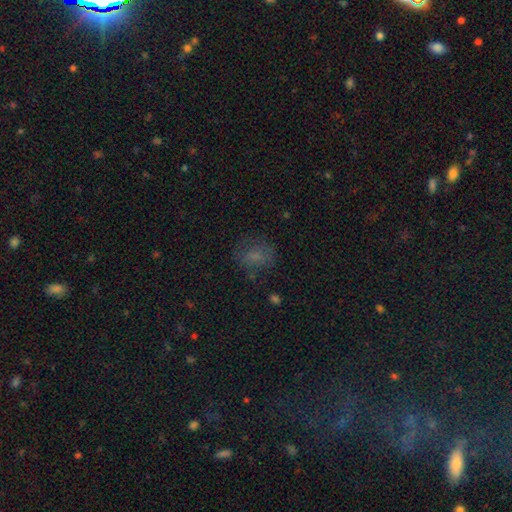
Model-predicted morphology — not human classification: Smooth or featured? Predicted: smooth (p=0.66). How rounded? Predicted: round (p=0.50). Merging? Predicted: none (p=0.65).